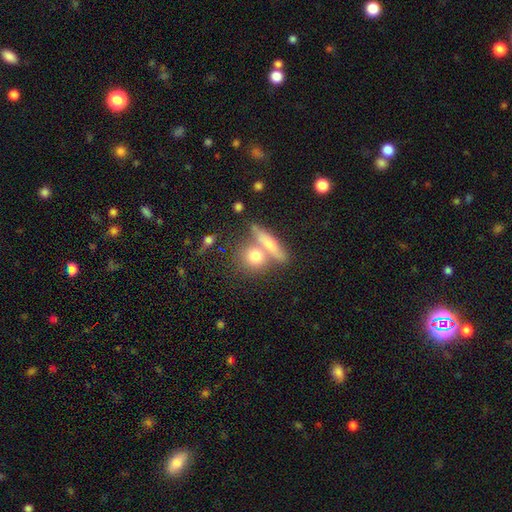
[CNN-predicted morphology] The model was most divided on "merging": none: 51%, merger: 34%, minor disturbance: 10%, major disturbance: 4%. More confident: smooth or featured — smooth (71%); how rounded — round (58%).